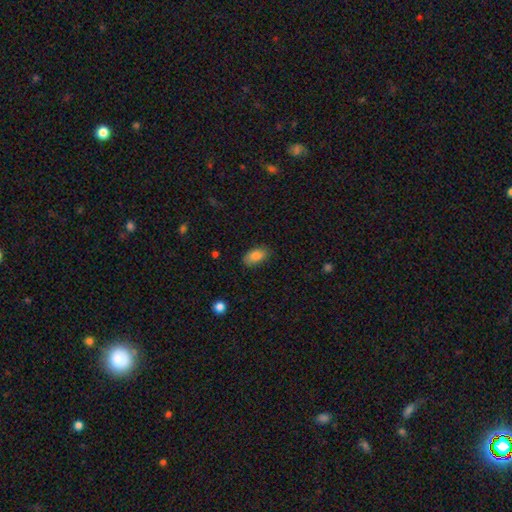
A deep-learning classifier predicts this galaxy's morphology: Overall: smooth (86%). How rounded: in between (92%). Merging: none (82%).